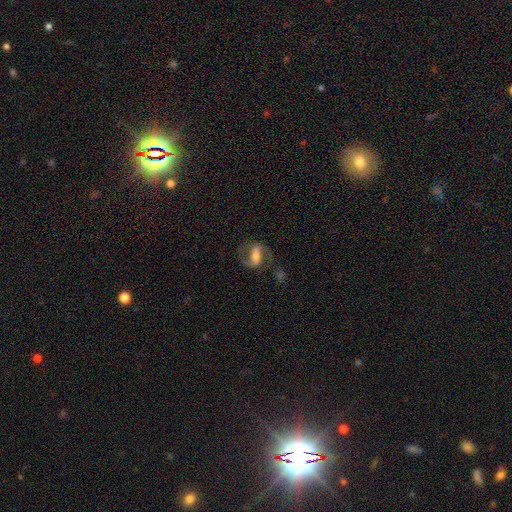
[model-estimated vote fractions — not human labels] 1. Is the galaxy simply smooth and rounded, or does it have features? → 78% featured or disk, 15% smooth, 7% star or artifact.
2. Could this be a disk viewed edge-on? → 96% no, 4% yes.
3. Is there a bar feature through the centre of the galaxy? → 51% strong, 35% weak, 15% no.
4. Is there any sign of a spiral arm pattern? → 93% yes, 7% no.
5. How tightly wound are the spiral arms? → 53% medium, 32% loose, 15% tight.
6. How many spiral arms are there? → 90% 2, 4% can't tell, 3% 1, 1% 3, 1% 4, 1% more than 4.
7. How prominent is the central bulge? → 47% moderate, 29% small, 15% large, 7% none, 2% dominant.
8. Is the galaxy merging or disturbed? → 68% none, 16% minor disturbance, 13% major disturbance, 4% merger.